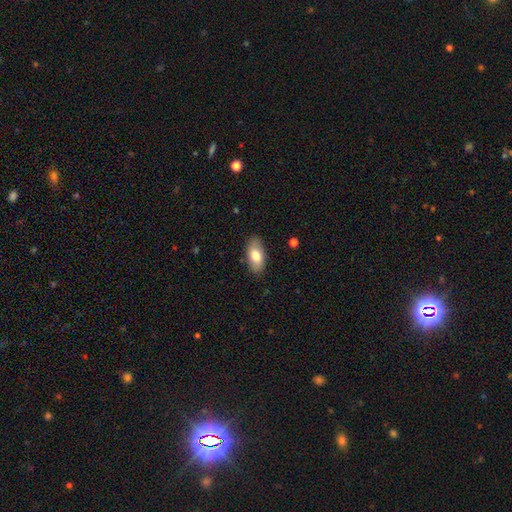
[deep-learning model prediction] Overall: smooth (77%). How rounded: in between (91%). Merging: none (86%).